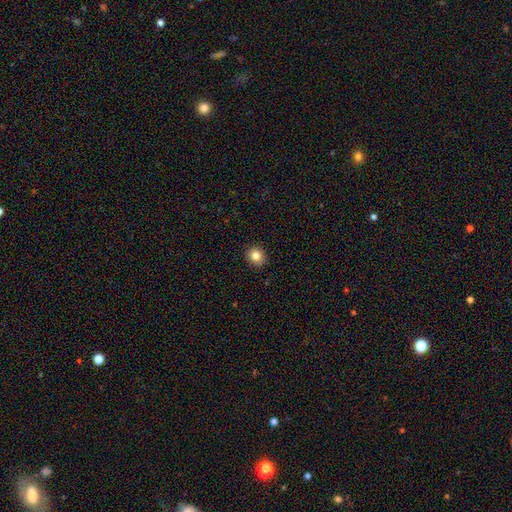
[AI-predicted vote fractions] Overall: smooth (82%). How rounded: round (75%). Merging: none (91%).